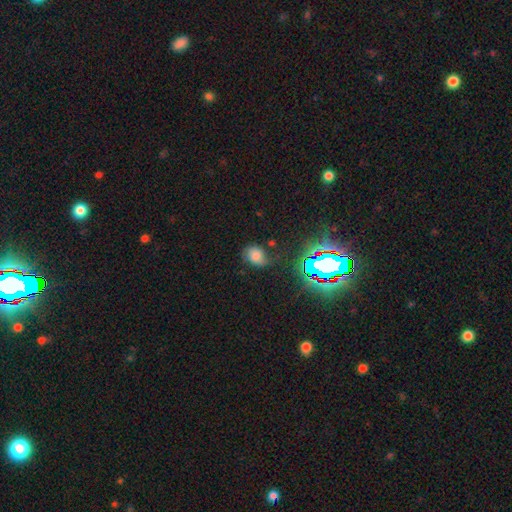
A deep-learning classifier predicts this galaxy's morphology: The model was most divided on "how rounded": in between: 62%, round: 37%, cigar-shaped: 1%. More confident: smooth or featured — smooth (61%); merging — none (54%).